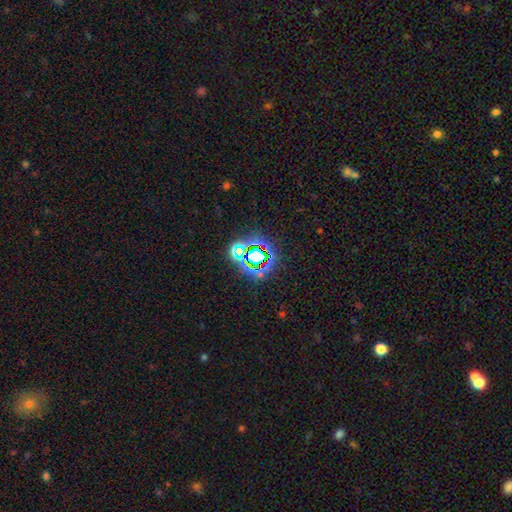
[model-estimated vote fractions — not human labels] A star or artifact, not a galaxy (69%).